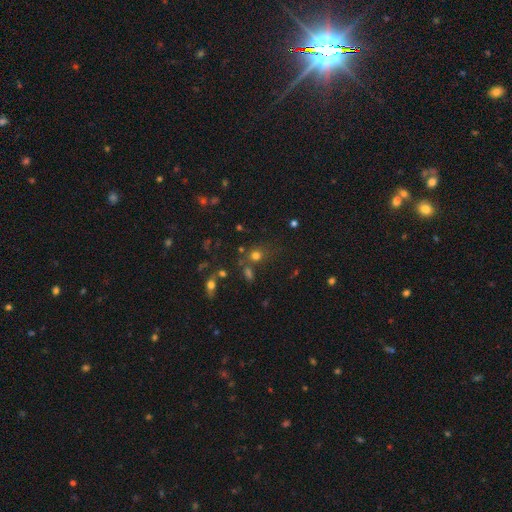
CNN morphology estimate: This is likely a smooth galaxy (69%). How rounded: likely round (77%). Merging: likely none (65%).